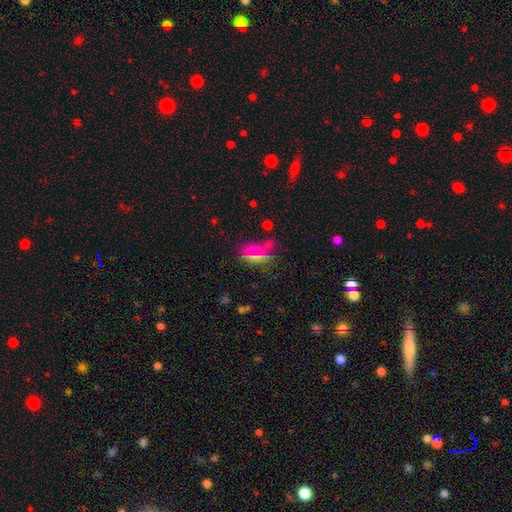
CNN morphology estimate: A smooth galaxy with no disk features (52%) that is in between round and cigar-shaped (63%). Merging: none (61%).